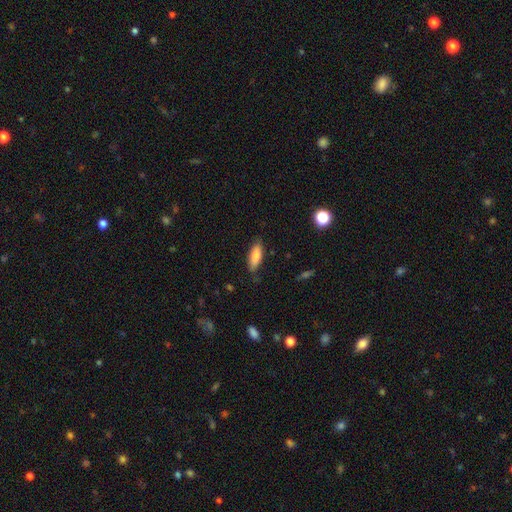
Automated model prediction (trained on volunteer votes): Smooth or featured? smooth (82%)
How rounded? in between (65%)
Merging? none (76%)